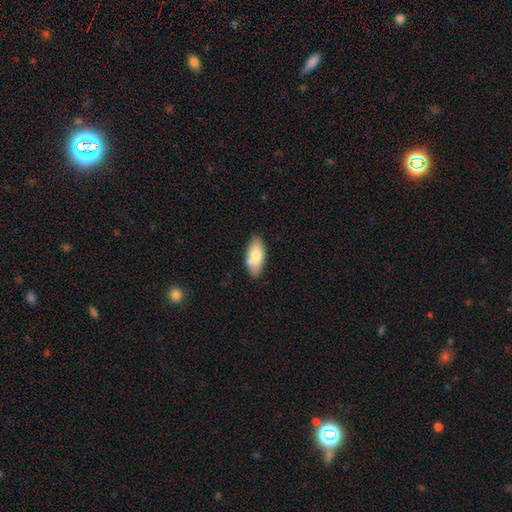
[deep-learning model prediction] smooth 77%, featured or disk 17%, star or artifact 6%. Down the decision tree: how rounded — in between (89%); merging — none (80%).